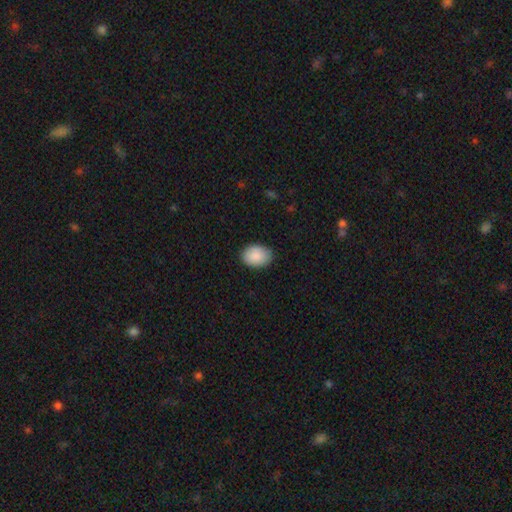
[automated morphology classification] This is clearly a smooth galaxy (89%). How rounded: likely in between (76%). Merging: clearly none (85%).